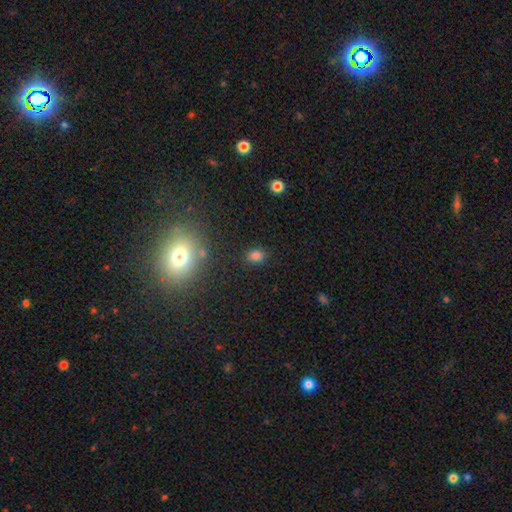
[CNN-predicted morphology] smooth-or-featured: smooth: 79% | star or artifact: 15% | featured or disk: 5%
  how-rounded: in between: 67% | round: 32% | cigar-shaped: 1%
  merging: none: 85% | minor disturbance: 10% | major disturbance: 3% | merger: 2%